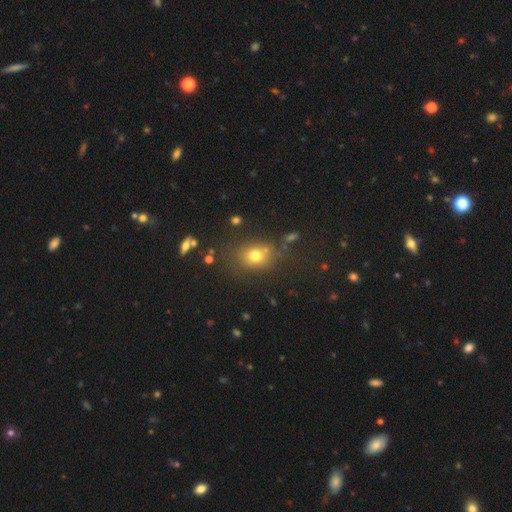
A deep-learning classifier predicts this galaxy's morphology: smooth_or_featured: smooth (p=0.73) [alt: star or artifact p=0.16]
how_rounded: round (p=0.57) [alt: in between p=0.42]
merging: none (p=0.73) [alt: minor disturbance p=0.14]